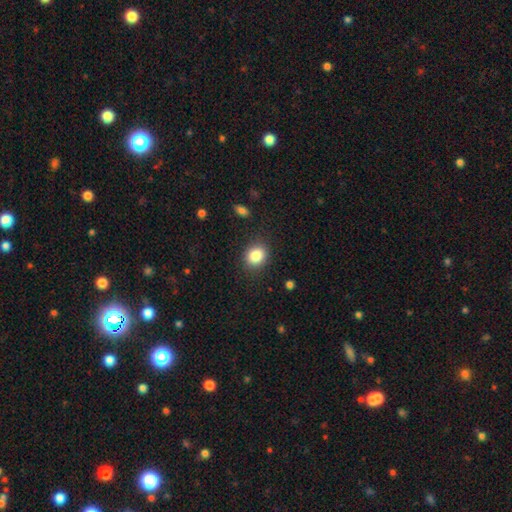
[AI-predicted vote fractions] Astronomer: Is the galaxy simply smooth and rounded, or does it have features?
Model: smooth — 84%.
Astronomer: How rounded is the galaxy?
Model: round — 68%.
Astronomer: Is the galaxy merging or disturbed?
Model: none — 85%.